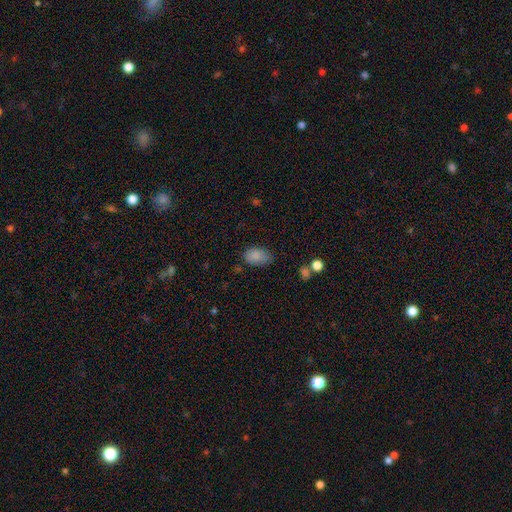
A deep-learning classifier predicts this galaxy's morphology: smooth 85%, star or artifact 9%, featured or disk 6%. Down the decision tree: how rounded — in between (90%); merging — none (68%).